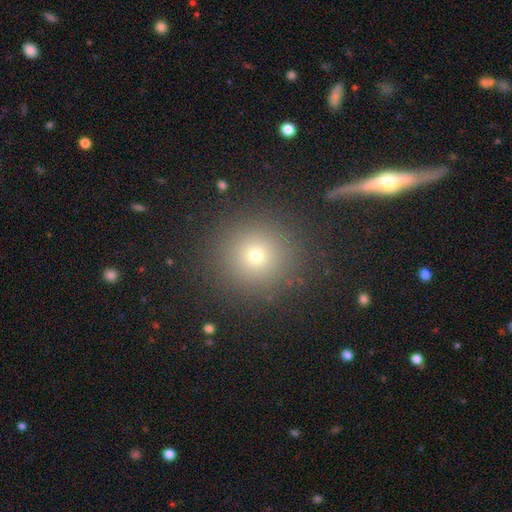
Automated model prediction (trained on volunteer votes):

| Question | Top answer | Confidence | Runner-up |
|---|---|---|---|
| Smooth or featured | smooth | 69% | star or artifact (21%) |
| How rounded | round | 95% | in between (4%) |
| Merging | none | 89% | minor disturbance (6%) |